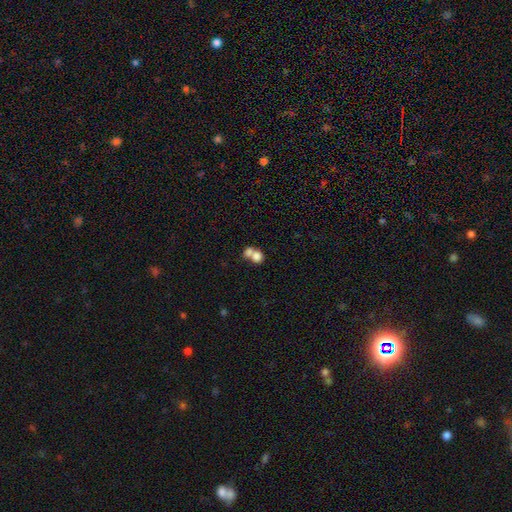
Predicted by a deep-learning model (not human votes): smooth 77%, featured or disk 14%, star or artifact 10%. Down the decision tree: how rounded — round (65%); merging — merger (68%).